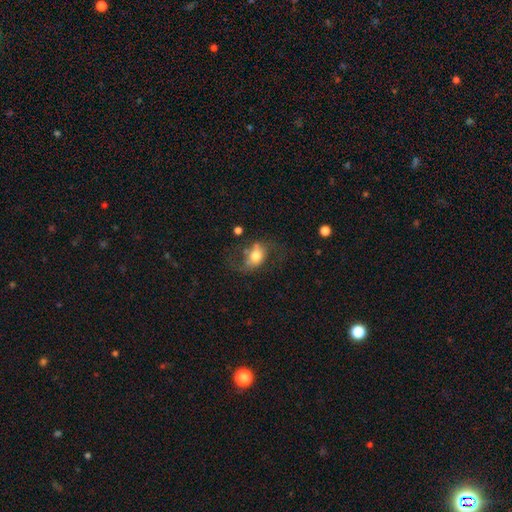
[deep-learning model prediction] Smooth or featured? Predicted: smooth (p=0.48). Merging? Predicted: none (p=0.45).